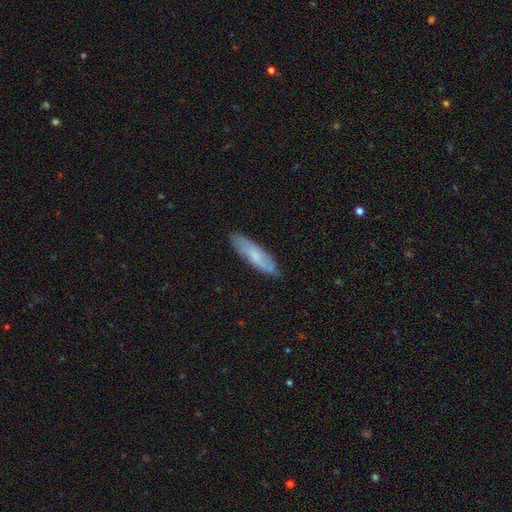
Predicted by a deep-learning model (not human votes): Q: Smooth or featured?
A: smooth (59%); runner-up: featured or disk (34%)
Q: How rounded?
A: cigar-shaped (67%); runner-up: in between (32%)
Q: Merging?
A: none (83%); runner-up: minor disturbance (13%)